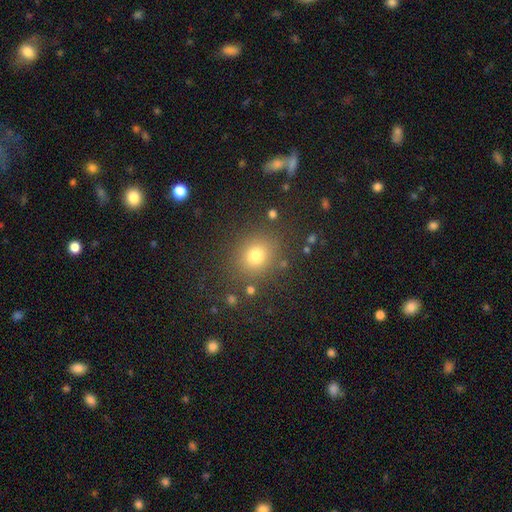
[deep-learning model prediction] smooth-or-featured: smooth: 76% | star or artifact: 17% | featured or disk: 8%
  how-rounded: round: 75% | in between: 24% | cigar-shaped: 1%
  merging: none: 83% | minor disturbance: 9% | major disturbance: 4% | merger: 3%